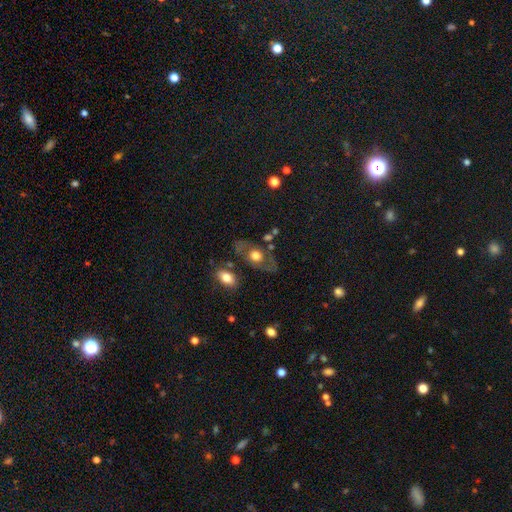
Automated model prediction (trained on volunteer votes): Smooth or featured: smooth — 47% (featured or disk — 45%)
Merging: none — 72% (minor disturbance — 15%)